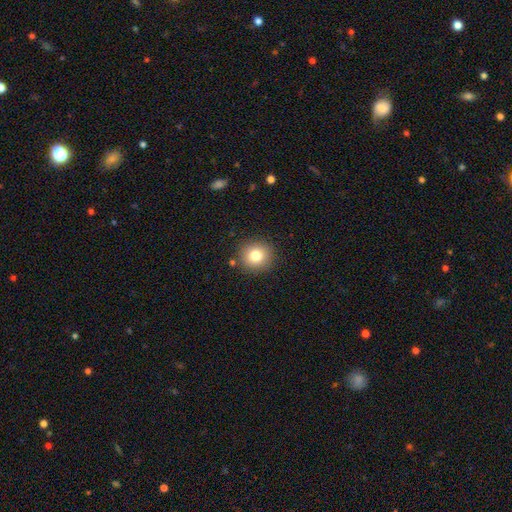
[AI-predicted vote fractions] Smooth or featured? smooth (80%)
How rounded? round (91%)
Merging? none (88%)